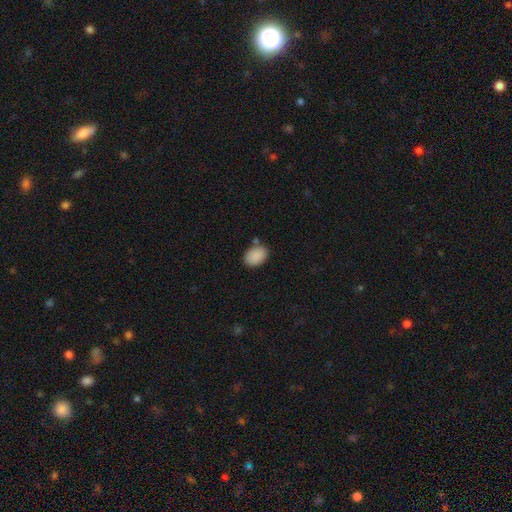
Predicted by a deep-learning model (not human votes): Smooth or featured?
  - smooth: 89% *
  - star or artifact: 7%
  - featured or disk: 4%
How rounded?
  - in between: 82% *
  - round: 17%
  - cigar-shaped: 1%
Merging?
  - none: 75% *
  - minor disturbance: 14%
  - merger: 7%
  - major disturbance: 4%